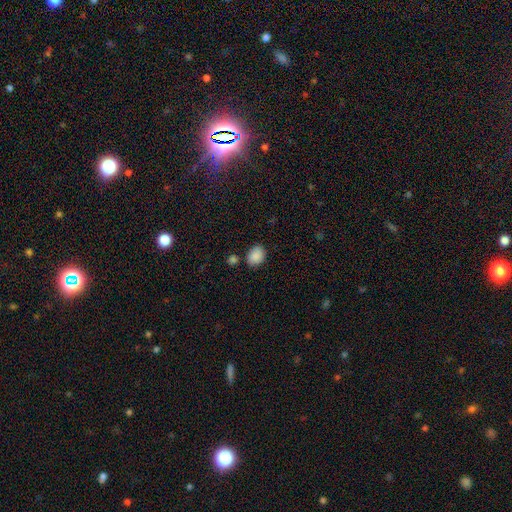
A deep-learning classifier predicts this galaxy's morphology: Smooth or featured?
  - smooth: 88% *
  - star or artifact: 8%
  - featured or disk: 3%
How rounded?
  - in between: 58% *
  - round: 41%
  - cigar-shaped: 1%
Merging?
  - none: 76% *
  - minor disturbance: 14%
  - merger: 7%
  - major disturbance: 3%